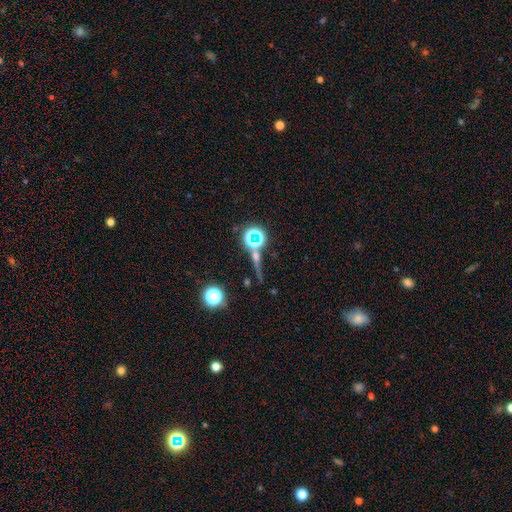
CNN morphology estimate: smooth_or_featured: star or artifact (p=0.44) [alt: featured or disk p=0.29]